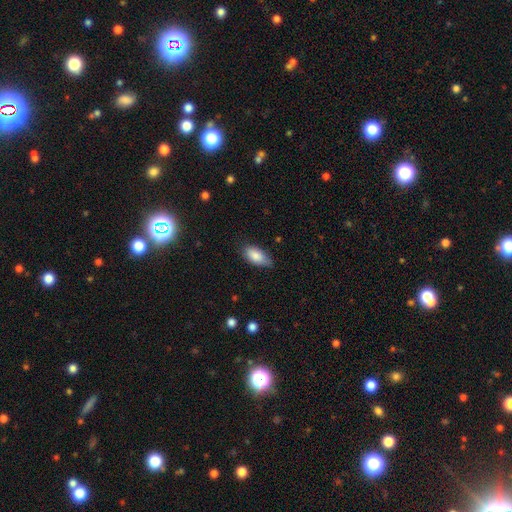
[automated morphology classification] smooth-or-featured: smooth: 85% | featured or disk: 8% | star or artifact: 7%
  how-rounded: in between: 90% | cigar-shaped: 7% | round: 3%
  merging: none: 71% | minor disturbance: 24% | major disturbance: 4% | merger: 1%